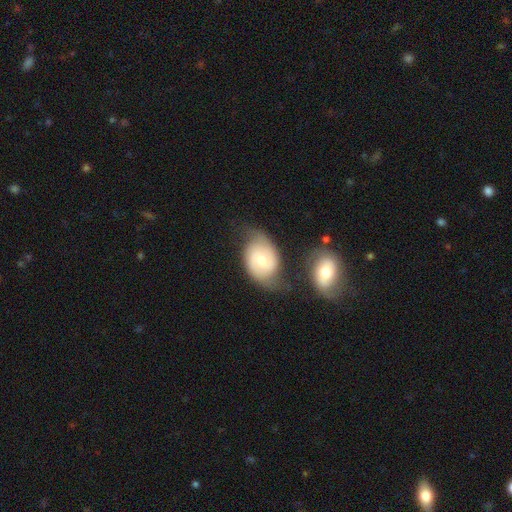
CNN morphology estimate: featured or disk 65%, smooth 27%, star or artifact 8%. Down the decision tree: edge-on disk — no (96%); bar — no (64%); spiral arms — yes (87%); spiral arm count — 2 (81%); spiral winding — medium (41%); bulge size — moderate (58%); merging — none (46%).